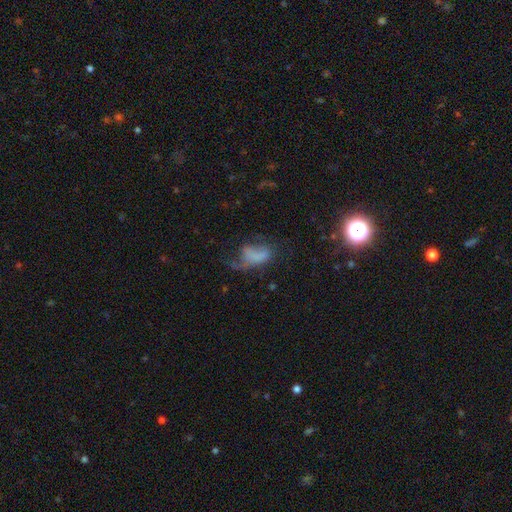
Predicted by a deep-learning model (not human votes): smooth_or_featured: smooth (p=0.51) [alt: featured or disk p=0.33]
how_rounded: in between (p=0.87) [alt: round p=0.08]
merging: major disturbance (p=0.51) [alt: none p=0.23]